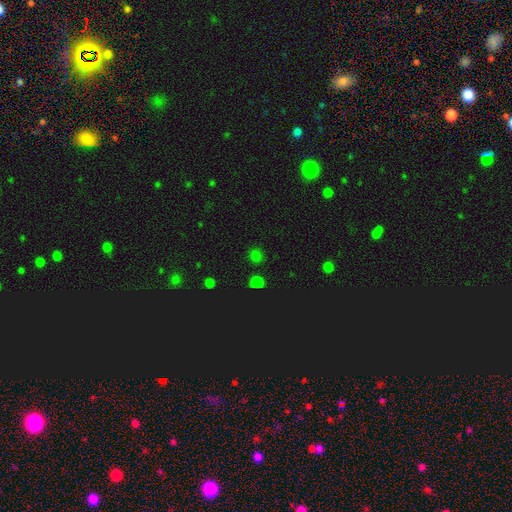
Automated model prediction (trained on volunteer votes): The model was most divided on "smooth or featured": smooth: 70%, star or artifact: 26%, featured or disk: 4%. More confident: how rounded — round (88%); merging — none (86%).